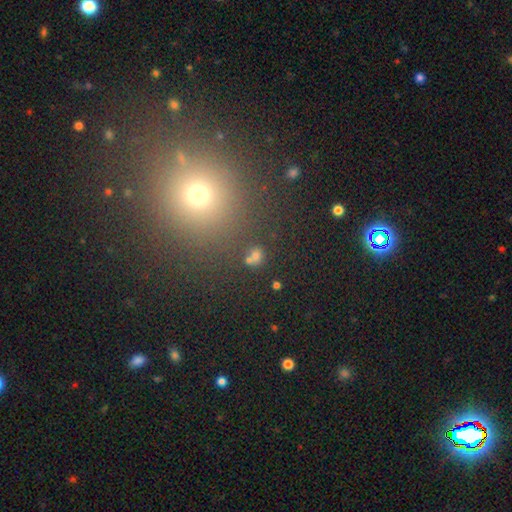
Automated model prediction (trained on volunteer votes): Overall: smooth (63%; star or artifact 28%). How rounded: round (78%). Merging: none (73%).